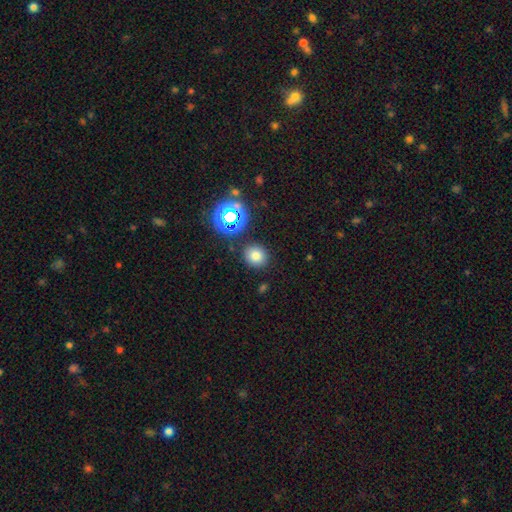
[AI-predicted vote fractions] A smooth galaxy with no disk features (72%) that is round (80%).

Vote fractions:
- Smooth or featured? smooth: 72% / star or artifact: 20% / featured or disk: 8%
- How rounded? round: 80% / in between: 19% / cigar-shaped: 1%
- Merging? none: 85% / minor disturbance: 8% / merger: 3% / major disturbance: 3%